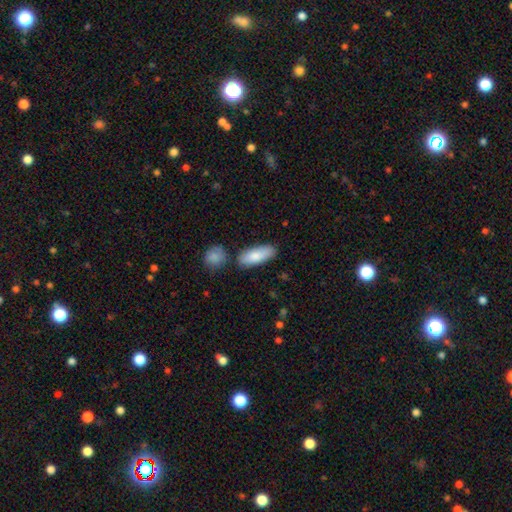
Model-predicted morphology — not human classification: Smooth or featured? Predicted: smooth (p=0.84). How rounded? Predicted: in between (p=0.73). Merging? Predicted: none (p=0.76).